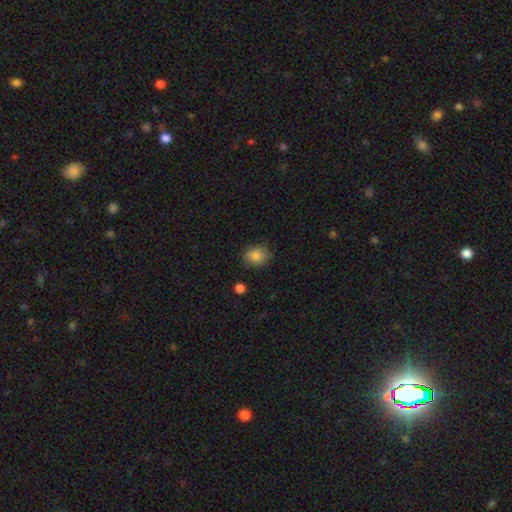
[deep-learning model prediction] Smooth or featured? smooth (85%)
How rounded? round (55%)
Merging? none (81%)